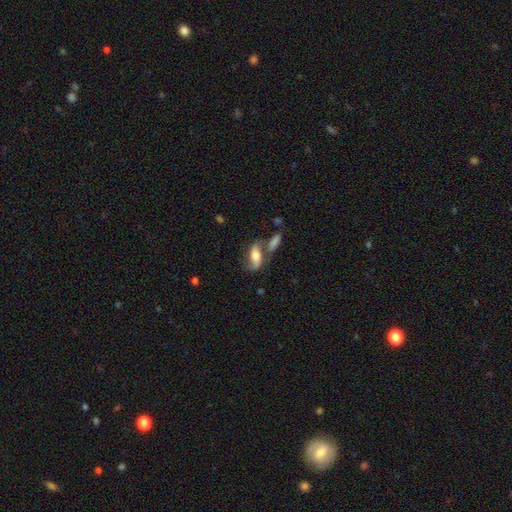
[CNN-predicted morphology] featured or disk 53%, smooth 39%, star or artifact 8%. Down the decision tree: edge-on disk — no (86%); merging — none (43%).